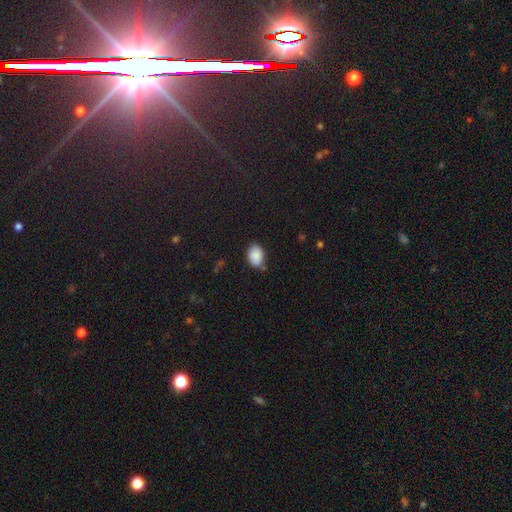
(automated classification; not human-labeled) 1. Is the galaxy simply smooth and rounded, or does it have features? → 87% smooth, 8% star or artifact, 5% featured or disk.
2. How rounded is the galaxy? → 78% in between, 21% round, 1% cigar-shaped.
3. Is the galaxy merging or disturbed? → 72% none, 20% minor disturbance, 5% merger, 4% major disturbance.